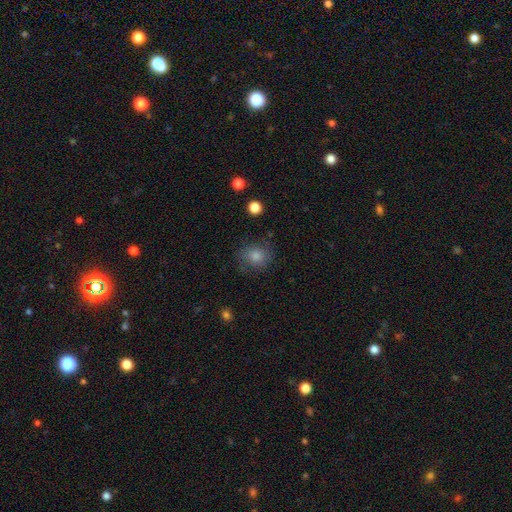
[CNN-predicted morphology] Overall: smooth (71%). How rounded: round (74%). Merging: none (76%).